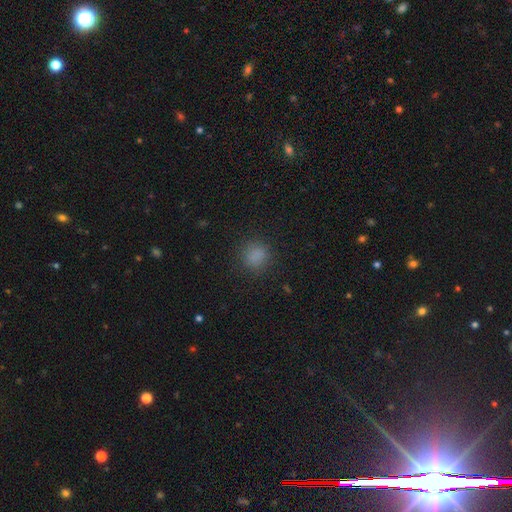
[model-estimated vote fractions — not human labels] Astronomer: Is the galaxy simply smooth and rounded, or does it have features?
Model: smooth — 83%.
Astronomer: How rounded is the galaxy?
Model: round — 84%.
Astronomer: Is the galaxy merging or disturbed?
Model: none — 86%.